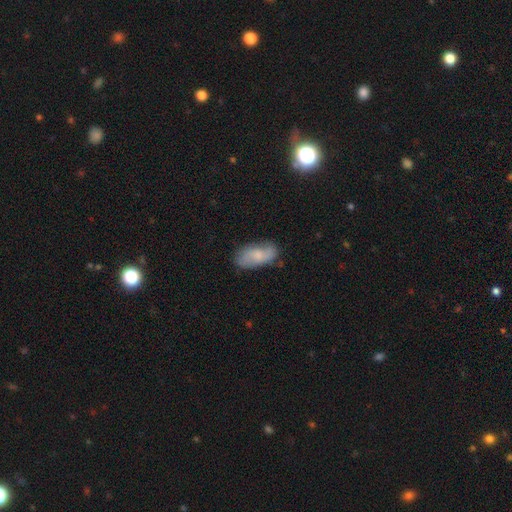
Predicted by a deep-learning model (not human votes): smooth-or-featured: smooth: 62% | featured or disk: 31% | star or artifact: 7%
  how-rounded: in between: 92% | cigar-shaped: 4% | round: 3%
  merging: none: 68% | minor disturbance: 23% | major disturbance: 6% | merger: 2%